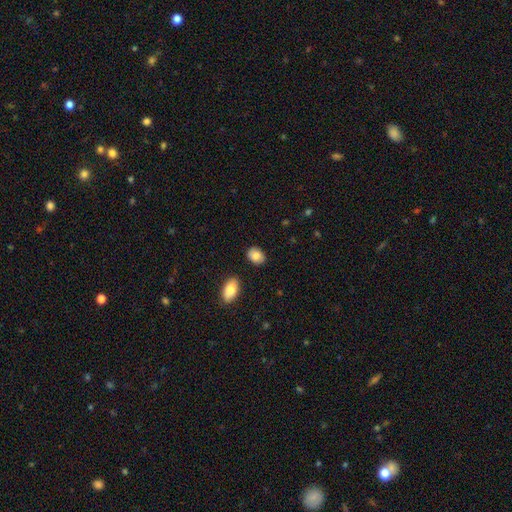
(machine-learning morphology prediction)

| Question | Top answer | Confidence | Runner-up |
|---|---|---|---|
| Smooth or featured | smooth | 85% | featured or disk (8%) |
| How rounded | in between | 67% | round (32%) |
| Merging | none | 85% | minor disturbance (10%) |